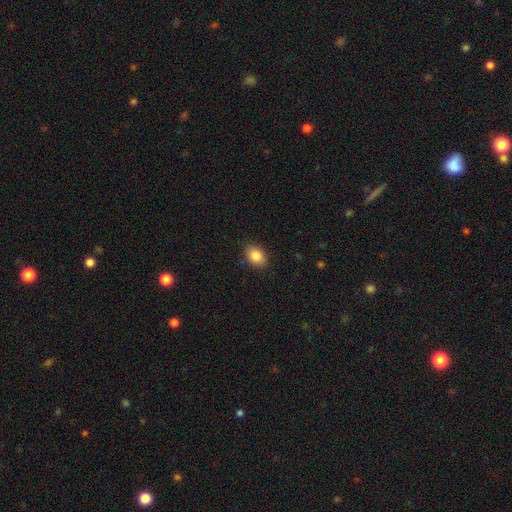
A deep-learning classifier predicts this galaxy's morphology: Smooth or featured: smooth — 86% (star or artifact — 8%)
How rounded: in between — 71% (round — 28%)
Merging: none — 87% (minor disturbance — 10%)